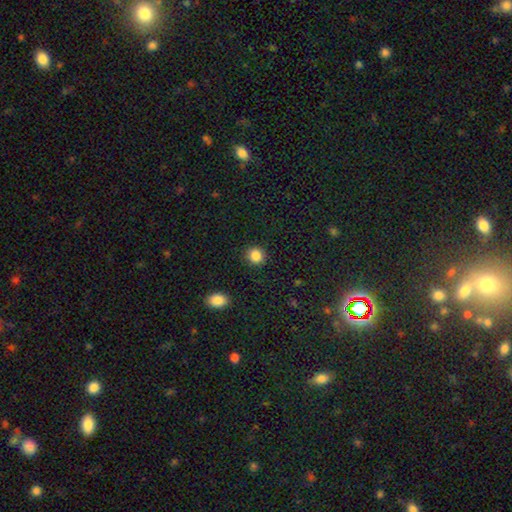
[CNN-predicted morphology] A smooth galaxy with no disk features (86%) that is round (79%).

Vote fractions:
- Smooth or featured? smooth: 86% / star or artifact: 10% / featured or disk: 4%
- How rounded? round: 79% / in between: 20% / cigar-shaped: 1%
- Merging? none: 89% / minor disturbance: 7% / major disturbance: 2% / merger: 1%